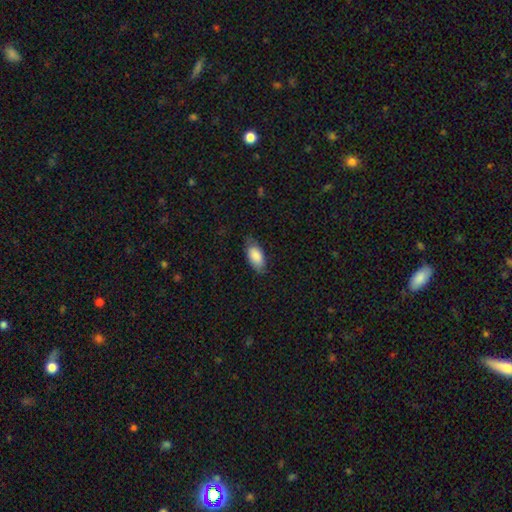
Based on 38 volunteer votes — smooth_or_featured: smooth (p=0.92) [alt: star or artifact p=0.08]
how_rounded: in between (p=0.74) [alt: cigar-shaped p=0.20]
merging: none (p=0.80) [alt: minor disturbance p=0.17]